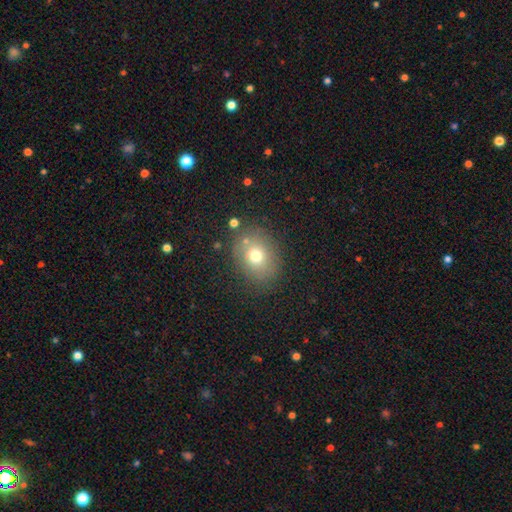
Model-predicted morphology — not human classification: Smooth or featured: smooth — 72% (featured or disk — 15%)
How rounded: round — 54% (in between — 45%)
Merging: none — 79% (minor disturbance — 13%)